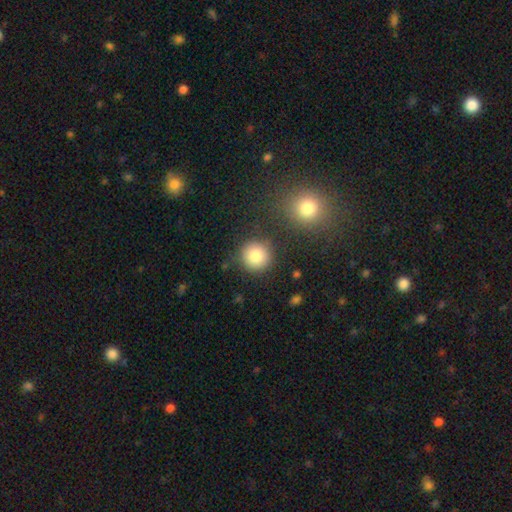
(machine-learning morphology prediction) The model was most divided on "smooth or featured": smooth: 84%, star or artifact: 9%, featured or disk: 6%. More confident: how rounded — round (94%); merging — none (84%).